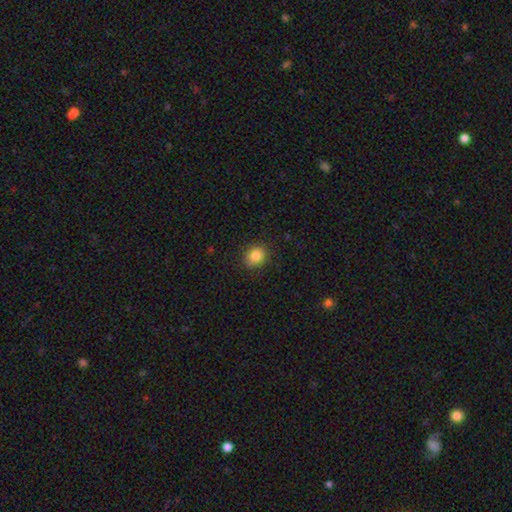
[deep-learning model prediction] This is clearly a smooth galaxy (84%). How rounded: likely round (74%). Merging: clearly none (88%).